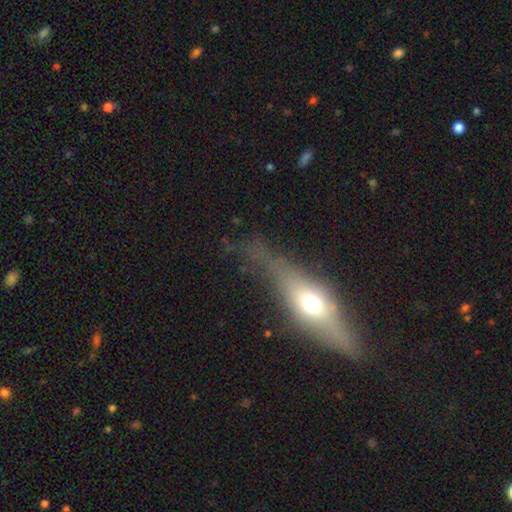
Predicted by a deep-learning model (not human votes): A featured or disk galaxy (50%) viewed edge-on (77%). Merging: none (63%).